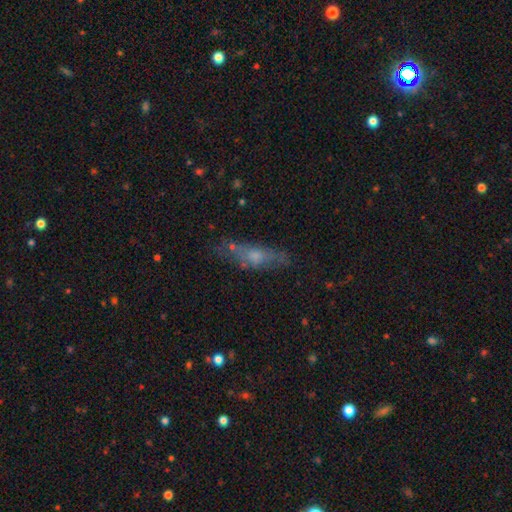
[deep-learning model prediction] A smooth galaxy with no disk features (47%).

Vote fractions:
- Smooth or featured? smooth: 47% / featured or disk: 42% / star or artifact: 11%
- Merging? none: 60% / minor disturbance: 23% / major disturbance: 11% / merger: 5%